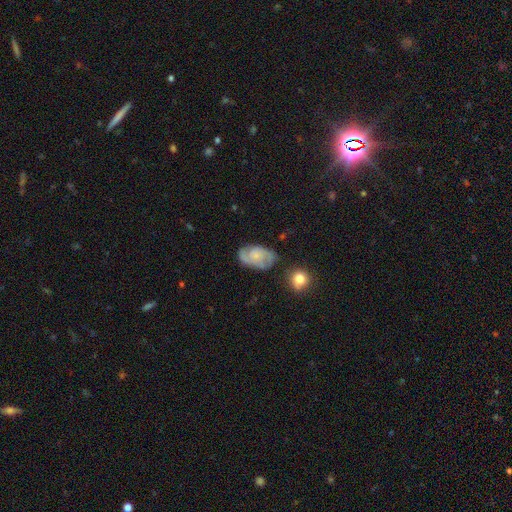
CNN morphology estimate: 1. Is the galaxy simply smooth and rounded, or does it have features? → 69% featured or disk, 24% smooth, 7% star or artifact.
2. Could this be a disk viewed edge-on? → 97% no, 3% yes.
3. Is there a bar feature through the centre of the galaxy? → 71% no, 26% weak, 4% strong.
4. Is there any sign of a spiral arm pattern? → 92% yes, 8% no.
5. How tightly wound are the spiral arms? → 44% medium, 41% tight, 15% loose.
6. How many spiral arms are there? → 62% 2, 18% can't tell, 12% 3, 4% 1, 3% 4, 2% more than 4.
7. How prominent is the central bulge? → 52% small, 24% none, 20% moderate, 3% large, 2% dominant.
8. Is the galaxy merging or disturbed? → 69% none, 20% minor disturbance, 7% major disturbance, 3% merger.